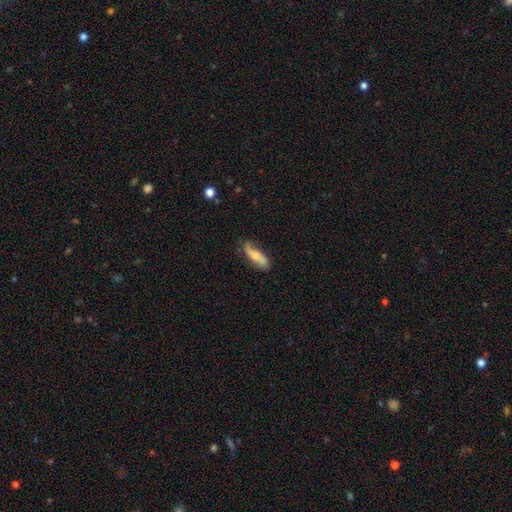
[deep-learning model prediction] Smooth or featured? featured or disk (51%)
Edge-on disk? no (71%)
Merging? none (71%)